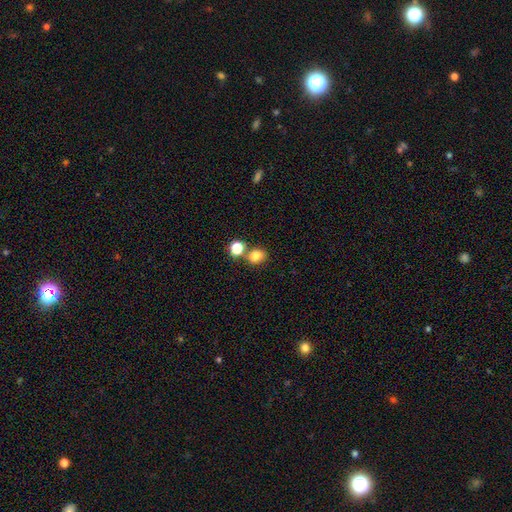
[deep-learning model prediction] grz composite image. It shows a smooth galaxy with no disk features (79%) that is round (61%). Merging: none (68%).